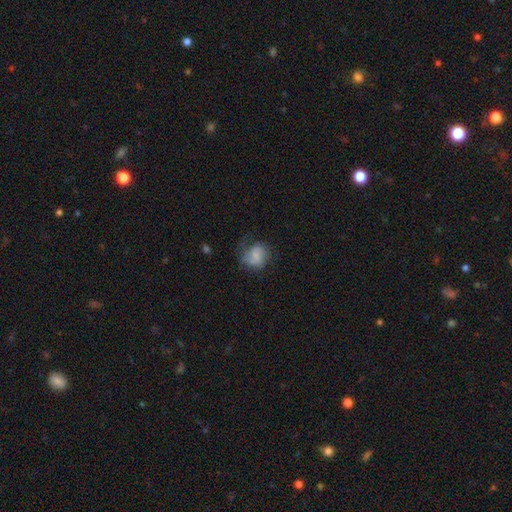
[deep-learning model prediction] Smooth or featured? smooth (55%)
How rounded? round (66%)
Merging? none (49%)